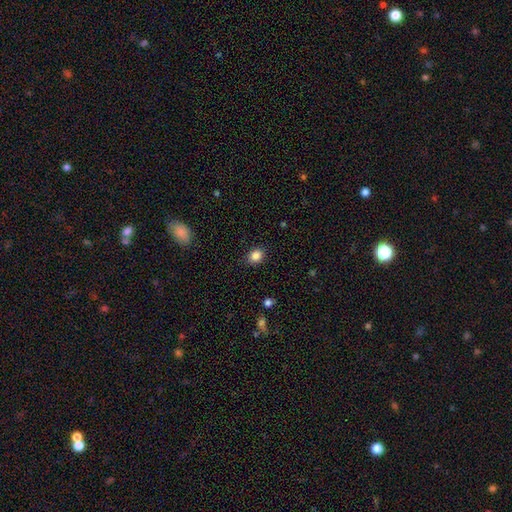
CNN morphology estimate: type=smooth (86%); roundness=round (60%); merging=none (86%).